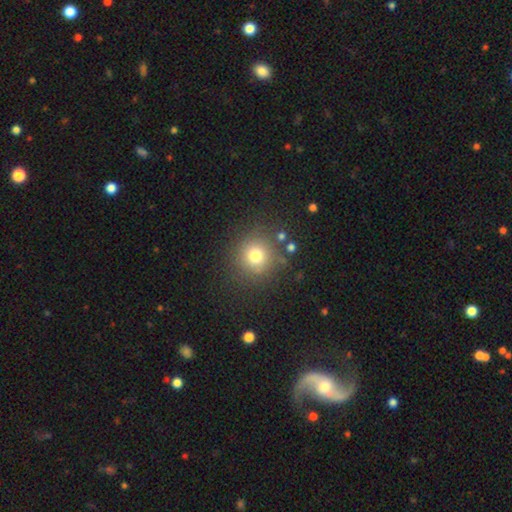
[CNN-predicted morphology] The model was most divided on "smooth or featured": smooth: 75%, star or artifact: 16%, featured or disk: 10%. More confident: how rounded — round (92%); merging — none (82%).